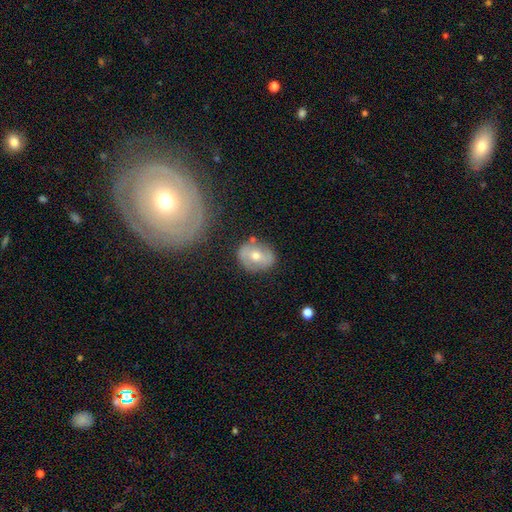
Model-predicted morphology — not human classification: Overall: featured or disk (52%; smooth 40%). Edge-on disk: no (93%). Merging: none (76%).